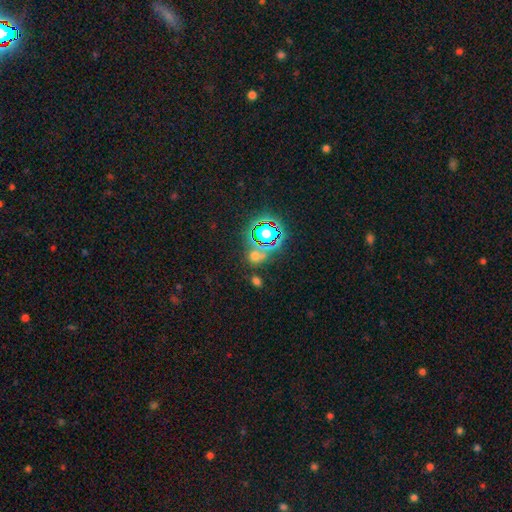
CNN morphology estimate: Smooth or featured: star or artifact — 46% (smooth — 45%)